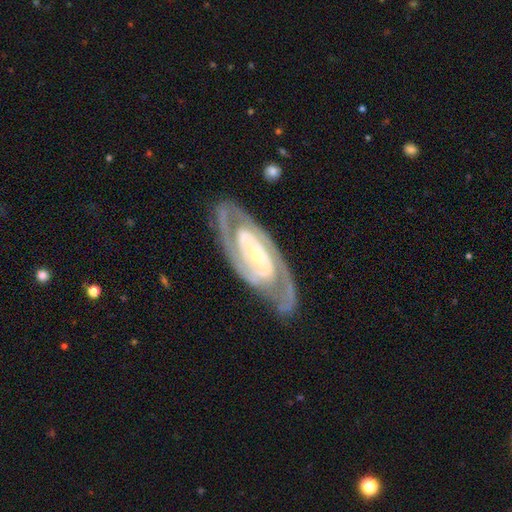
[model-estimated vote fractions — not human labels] Smooth or featured? Predicted: featured or disk (p=0.89). Edge-on disk? Predicted: no (p=0.93). Bar? Predicted: no (p=0.54). Spiral arms? Predicted: yes (p=0.92). Spiral winding? Predicted: tight (p=0.58). Spiral arm count? Predicted: 2 (p=0.77). Bulge size? Predicted: small (p=0.73). Merging? Predicted: none (p=0.78).